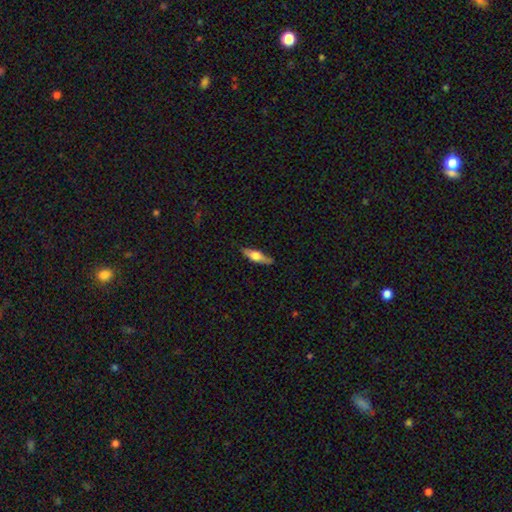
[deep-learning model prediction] Q: Smooth or featured?
A: featured or disk (47%); tied with: smooth (47%)
Q: Merging?
A: none (84%); runner-up: minor disturbance (12%)